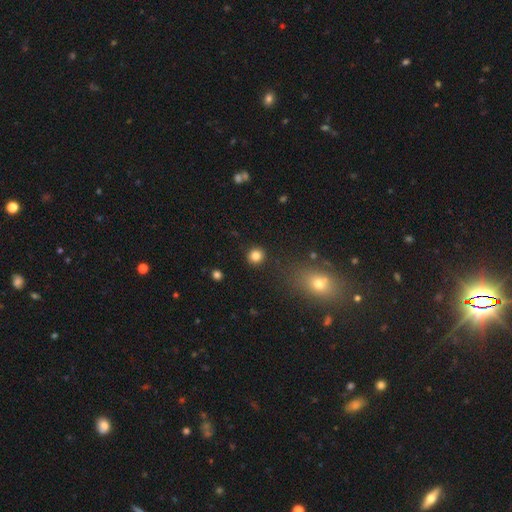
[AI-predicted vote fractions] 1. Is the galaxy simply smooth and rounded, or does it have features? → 84% smooth, 11% star or artifact, 5% featured or disk.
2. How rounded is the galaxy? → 89% round, 10% in between, 1% cigar-shaped.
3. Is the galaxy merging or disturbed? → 90% none, 6% minor disturbance, 2% major disturbance, 2% merger.